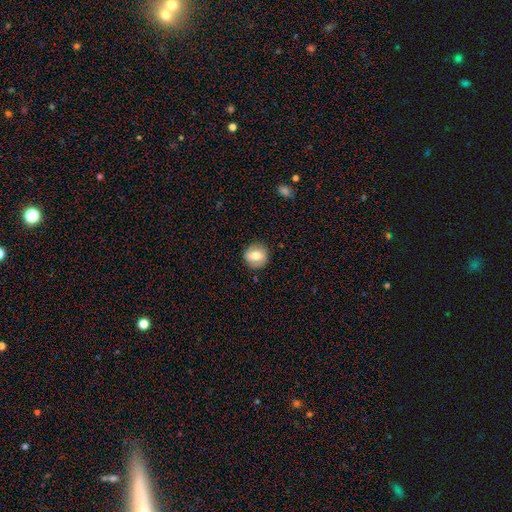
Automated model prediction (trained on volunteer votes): Smooth or featured?
  - smooth: 62% *
  - featured or disk: 30%
  - star or artifact: 8%
How rounded?
  - round: 87% *
  - in between: 12%
  - cigar-shaped: 1%
Merging?
  - none: 85% *
  - minor disturbance: 10%
  - major disturbance: 3%
  - merger: 1%